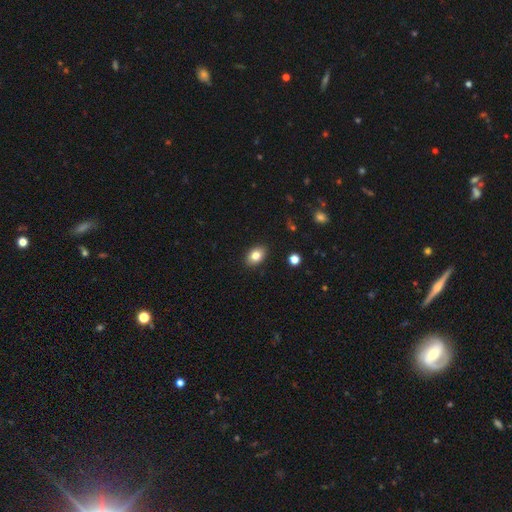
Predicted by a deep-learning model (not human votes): Smooth or featured?
  - smooth: 81% *
  - featured or disk: 11%
  - star or artifact: 9%
How rounded?
  - in between: 81% *
  - round: 18%
  - cigar-shaped: 1%
Merging?
  - none: 89% *
  - minor disturbance: 8%
  - major disturbance: 2%
  - merger: 1%